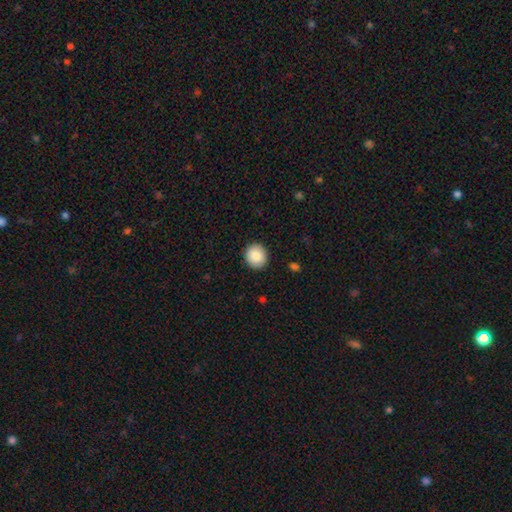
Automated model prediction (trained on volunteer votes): Smooth or featured: smooth — 89% (star or artifact — 7%)
How rounded: round — 83% (in between — 16%)
Merging: none — 91% (minor disturbance — 6%)